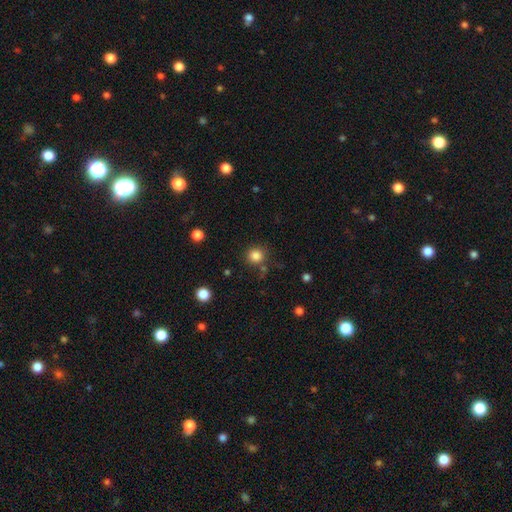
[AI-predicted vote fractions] This is clearly a smooth galaxy (84%). How rounded: clearly round (90%). Merging: clearly none (81%).